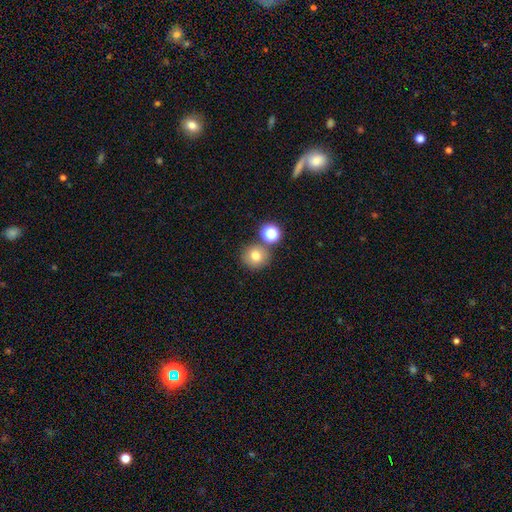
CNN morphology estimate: type=smooth (75%); roundness=round (90%); merging=none (74%).